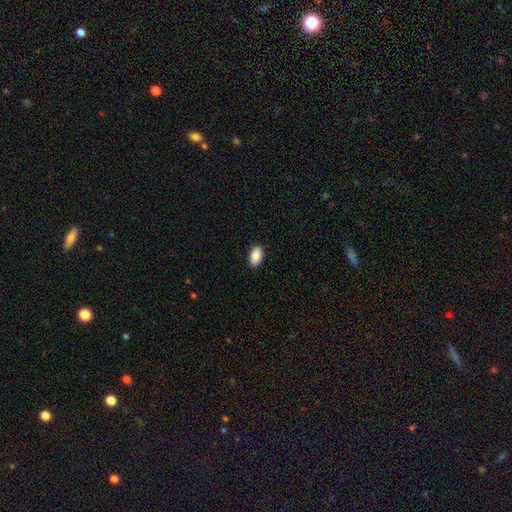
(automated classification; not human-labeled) A smooth galaxy with no disk features (88%) that is in between round and cigar-shaped (94%). Merging: none (90%).